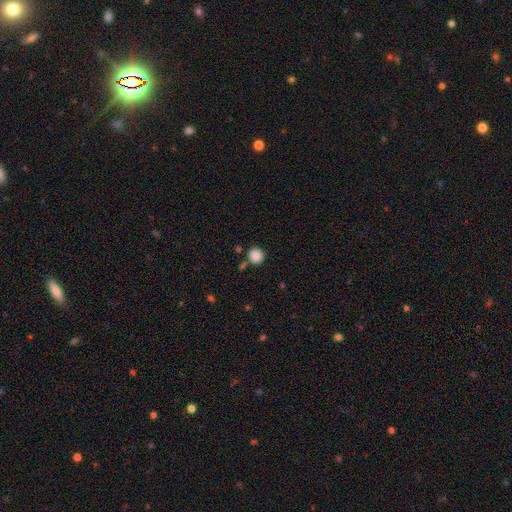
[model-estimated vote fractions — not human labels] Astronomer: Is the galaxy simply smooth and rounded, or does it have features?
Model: smooth — 87%.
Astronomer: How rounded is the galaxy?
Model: round — 91%.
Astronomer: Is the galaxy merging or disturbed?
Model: none — 79%.